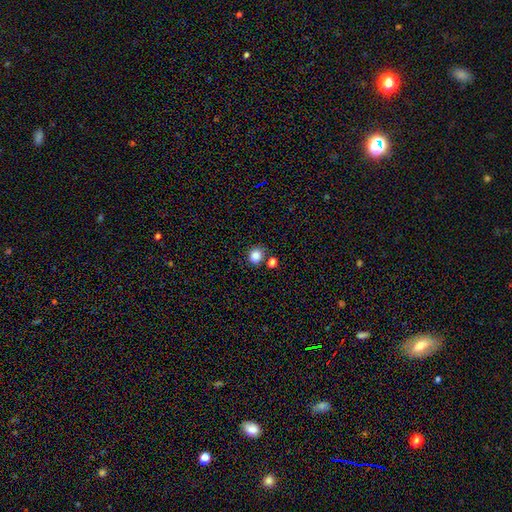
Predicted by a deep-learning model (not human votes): Smooth or featured? Predicted: smooth (p=0.85). How rounded? Predicted: round (p=0.85). Merging? Predicted: none (p=0.76).